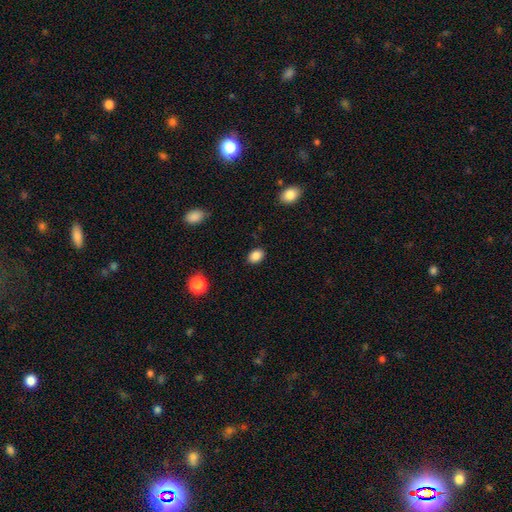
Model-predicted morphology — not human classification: The model was most divided on "how rounded": in between: 71%, round: 28%, cigar-shaped: 1%. More confident: merging — none (87%); smooth or featured — smooth (86%).